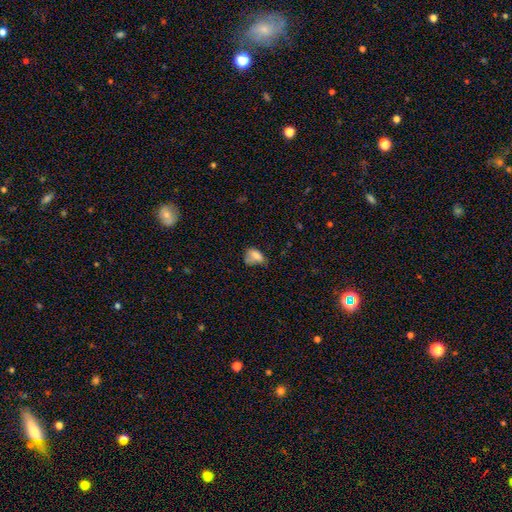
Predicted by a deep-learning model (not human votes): Q: Smooth or featured?
A: smooth (73%); runner-up: featured or disk (16%)
Q: How rounded?
A: in between (83%); runner-up: round (13%)
Q: Merging?
A: minor disturbance (34%); runner-up: none (33%)